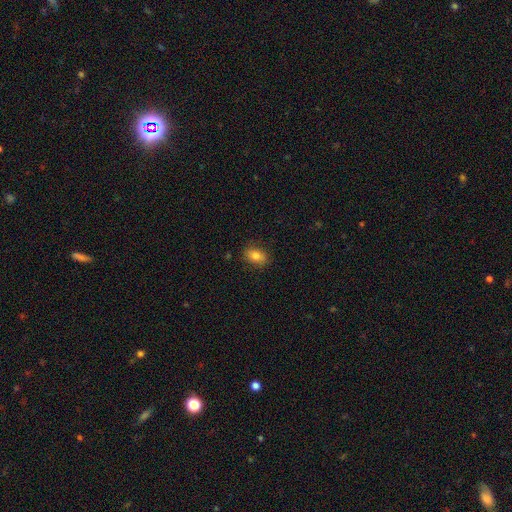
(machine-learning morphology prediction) Smooth or featured? Predicted: smooth (p=0.81). How rounded? Predicted: in between (p=0.78). Merging? Predicted: none (p=0.85).